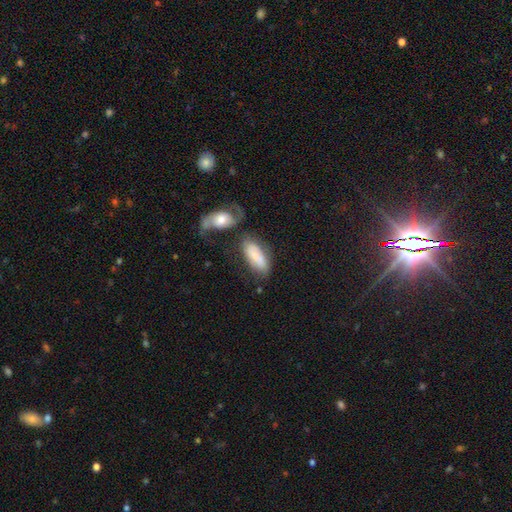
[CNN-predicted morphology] smooth_or_featured: smooth (p=0.65) [alt: featured or disk p=0.28]
how_rounded: in between (p=0.80) [alt: cigar-shaped p=0.17]
merging: none (p=0.50) [alt: merger p=0.22]